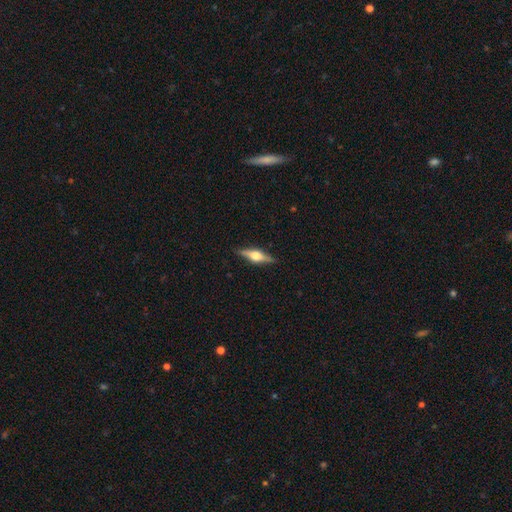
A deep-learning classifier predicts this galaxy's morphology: Smooth or featured?
  - featured or disk: 73% *
  - smooth: 21%
  - star or artifact: 6%
Edge-on disk?
  - yes: 97% *
  - no: 3%
Edge-on bulge?
  - rounded: 93% *
  - boxy: 6%
  - none: 1%
Merging?
  - none: 89% *
  - minor disturbance: 8%
  - major disturbance: 2%
  - merger: 1%